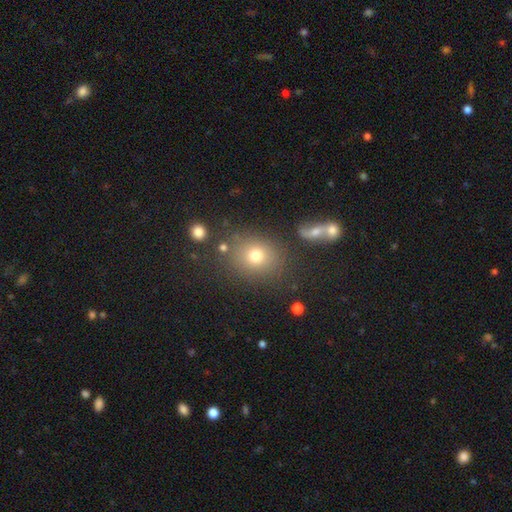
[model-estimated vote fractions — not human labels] Smooth or featured? smooth (73%)
How rounded? round (67%)
Merging? none (77%)